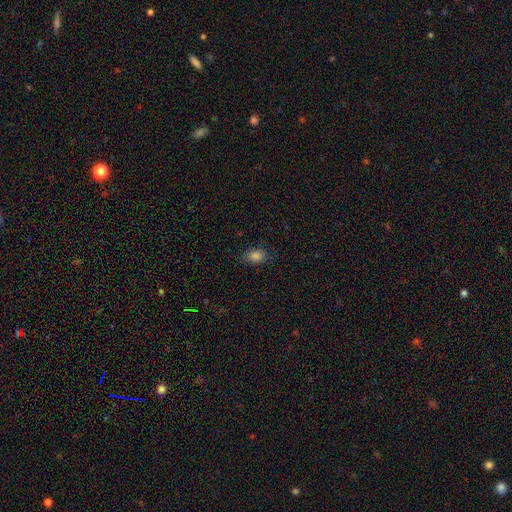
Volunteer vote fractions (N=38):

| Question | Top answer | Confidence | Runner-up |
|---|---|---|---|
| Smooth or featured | smooth | 82% | featured or disk (11%) |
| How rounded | in between | 81% | round (19%) |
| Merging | none | 86% | minor disturbance (9%) |